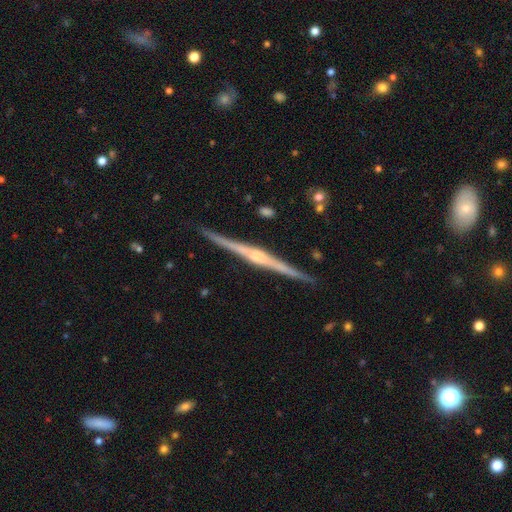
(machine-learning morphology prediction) A featured or disk galaxy (88%) viewed edge-on (99%) with a rounded central bulge (73%).

Vote fractions:
- Smooth or featured? featured or disk: 88% / smooth: 7% / star or artifact: 5%
- Edge-on disk? yes: 99% / no: 1%
- Edge-on bulge? rounded: 73% / boxy: 17% / none: 11%
- Merging? none: 91% / minor disturbance: 6% / major disturbance: 1% / merger: 1%